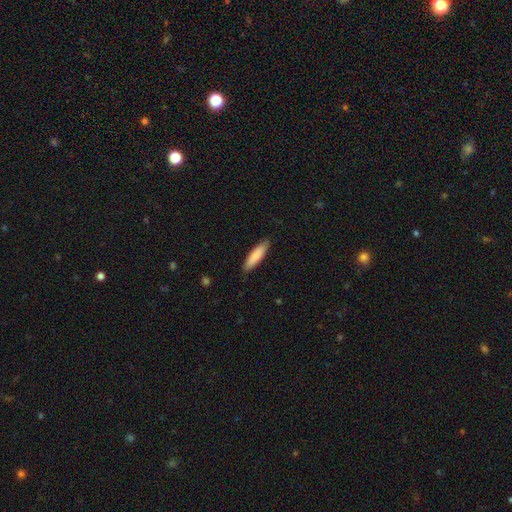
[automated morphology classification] The model was most divided on "how rounded": cigar-shaped: 70%, in between: 29%, round: 1%. More confident: merging — none (87%); smooth or featured — smooth (85%).